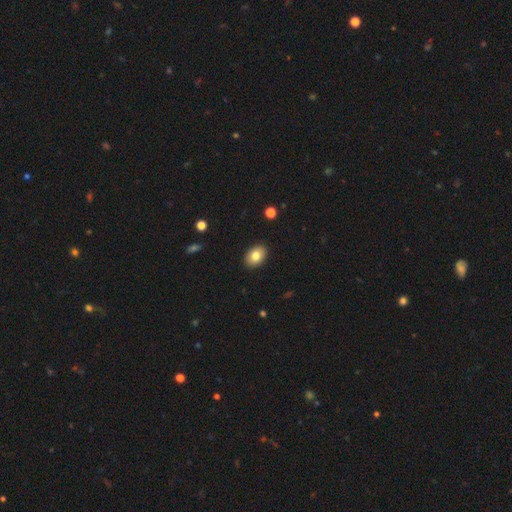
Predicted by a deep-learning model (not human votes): A smooth galaxy with no disk features (81%) that is in between round and cigar-shaped (78%). Merging: none (90%).